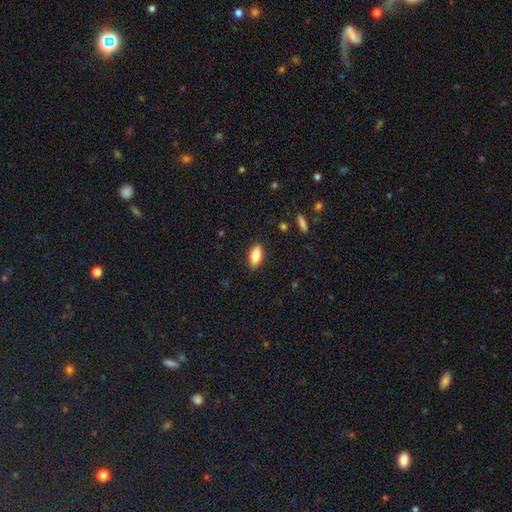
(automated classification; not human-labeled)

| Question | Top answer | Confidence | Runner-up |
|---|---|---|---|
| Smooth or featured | smooth | 79% | featured or disk (14%) |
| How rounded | in between | 85% | cigar-shaped (13%) |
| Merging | none | 88% | minor disturbance (9%) |